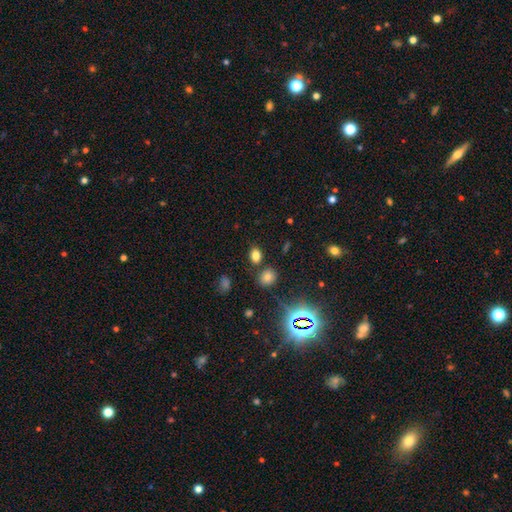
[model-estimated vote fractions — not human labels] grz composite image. It shows a smooth galaxy with no disk features (74%) that is in between round and cigar-shaped (67%). Merging: none (77%).